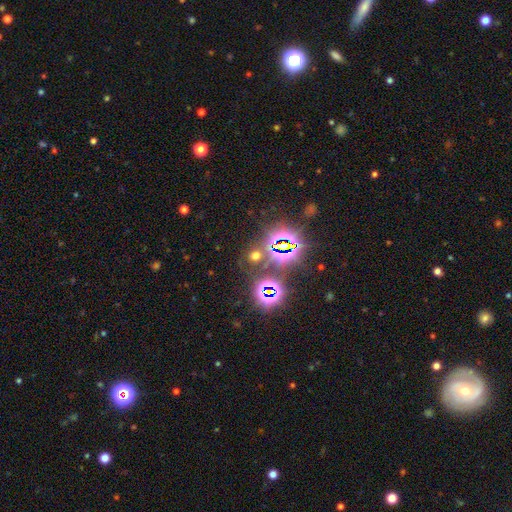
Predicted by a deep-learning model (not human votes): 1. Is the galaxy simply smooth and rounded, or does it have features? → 56% star or artifact, 37% smooth, 8% featured or disk.